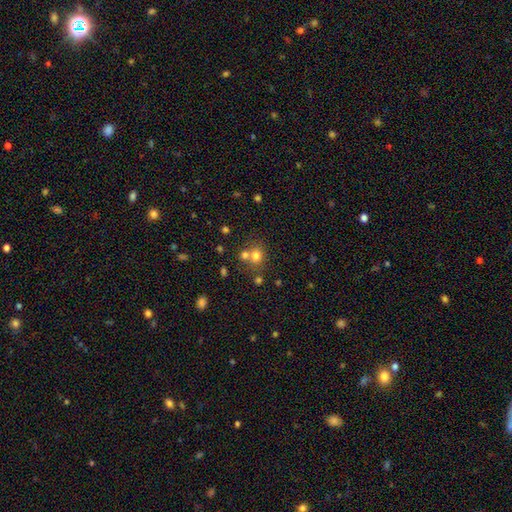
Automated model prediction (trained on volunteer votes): smooth 72%, star or artifact 16%, featured or disk 11%. Down the decision tree: how rounded — round (70%); merging — none (48%).